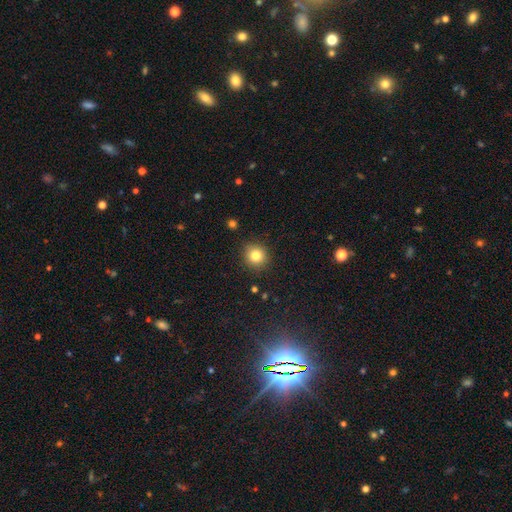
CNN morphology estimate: Smooth or featured? Predicted: smooth (p=0.81). How rounded? Predicted: round (p=0.90). Merging? Predicted: none (p=0.90).